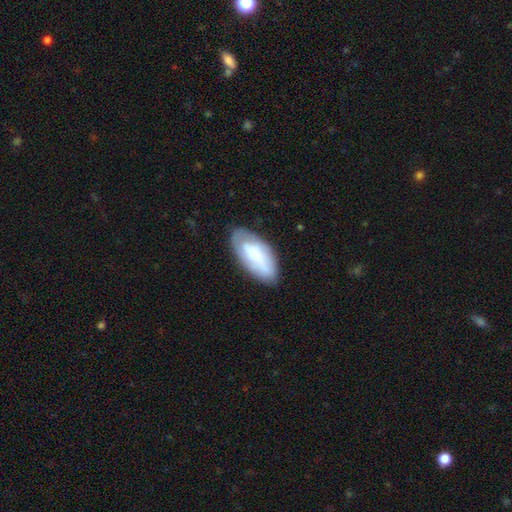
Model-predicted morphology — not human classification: Smooth or featured? Predicted: smooth (p=0.62). How rounded? Predicted: in between (p=0.92). Merging? Predicted: none (p=0.70).